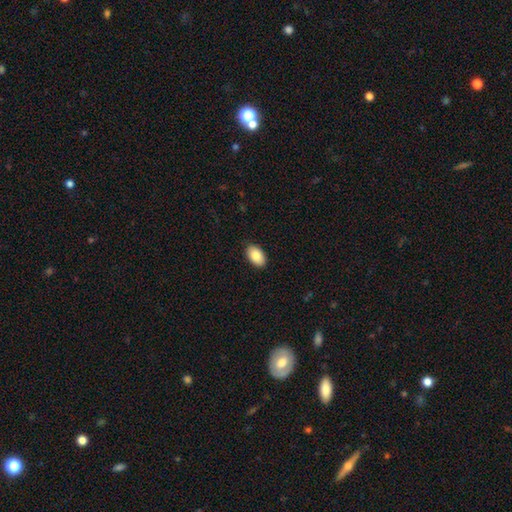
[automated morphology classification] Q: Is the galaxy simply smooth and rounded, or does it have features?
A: smooth — 84%.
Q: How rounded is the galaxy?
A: in between — 94%.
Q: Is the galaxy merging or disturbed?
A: none — 89%.